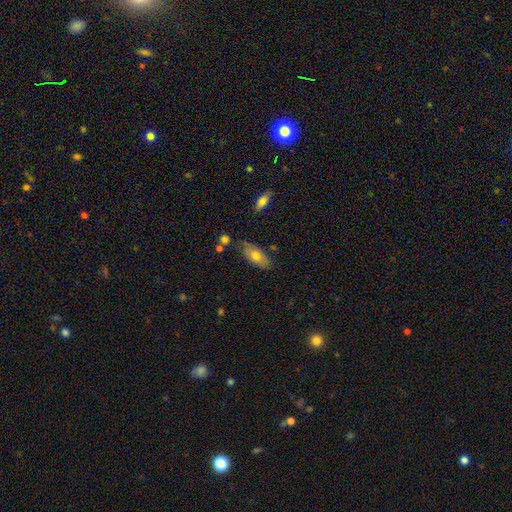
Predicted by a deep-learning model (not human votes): This appears to be a smooth galaxy with no disk features (70%) that is in between round and cigar-shaped (86%). Merging: none (72%).